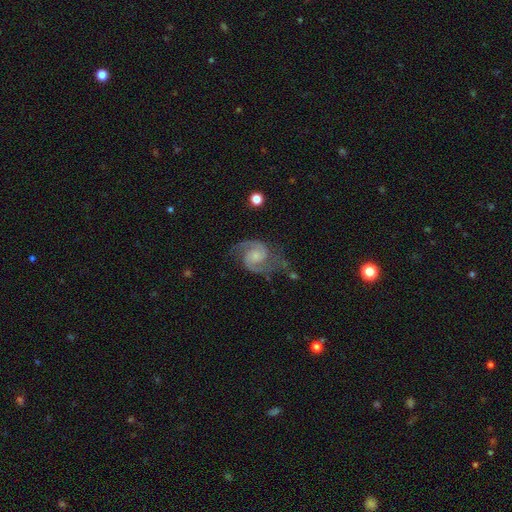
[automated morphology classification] Smooth or featured? featured or disk (90%)
Edge-on disk? no (98%)
Bar? no (61%)
Spiral arms? yes (98%)
Spiral winding? medium (59%)
Spiral arm count? 2 (93%)
Bulge size? small (44%)
Merging? none (68%)